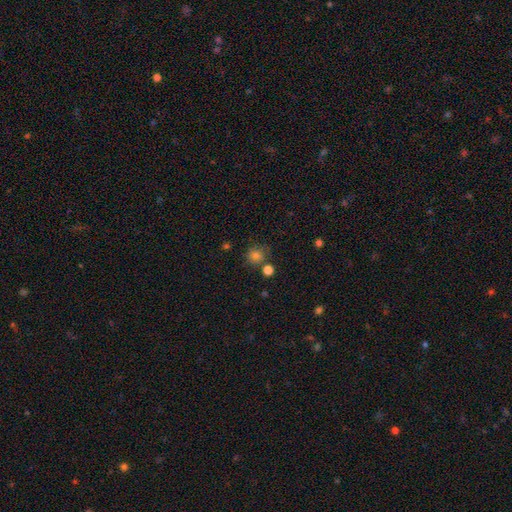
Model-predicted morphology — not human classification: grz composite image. It shows a smooth galaxy with no disk features (79%) that is round (85%). Merging: none (70%).